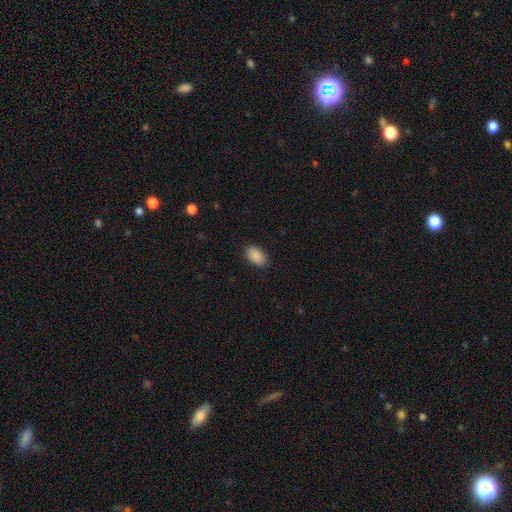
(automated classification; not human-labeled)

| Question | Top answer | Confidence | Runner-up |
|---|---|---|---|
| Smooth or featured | smooth | 90% | star or artifact (7%) |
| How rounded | in between | 93% | round (6%) |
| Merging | none | 88% | minor disturbance (9%) |